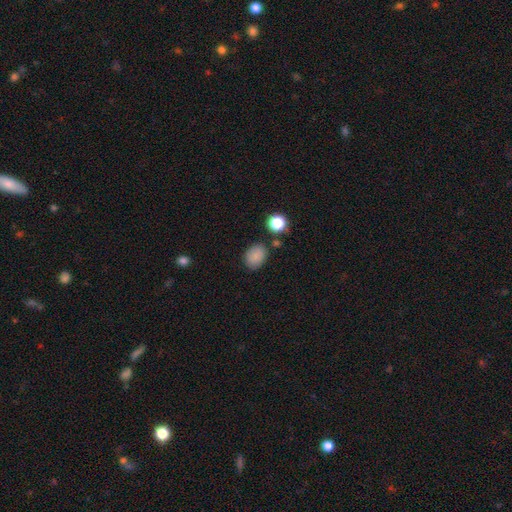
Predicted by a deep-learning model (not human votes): Smooth or featured? Predicted: smooth (p=0.85). How rounded? Predicted: in between (p=0.66). Merging? Predicted: none (p=0.79).